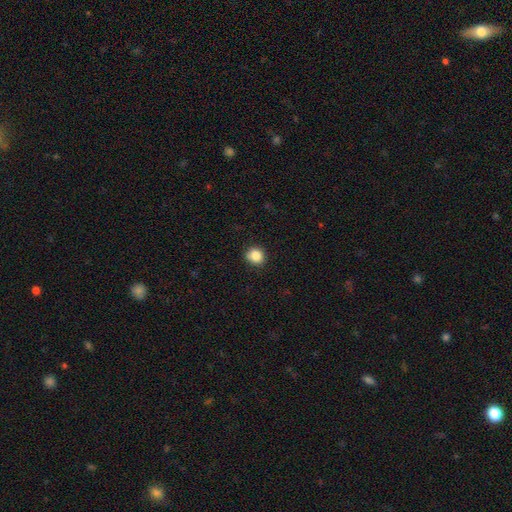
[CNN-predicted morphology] This appears to be a smooth galaxy with no disk features (86%) that is round (84%). Merging: none (87%).